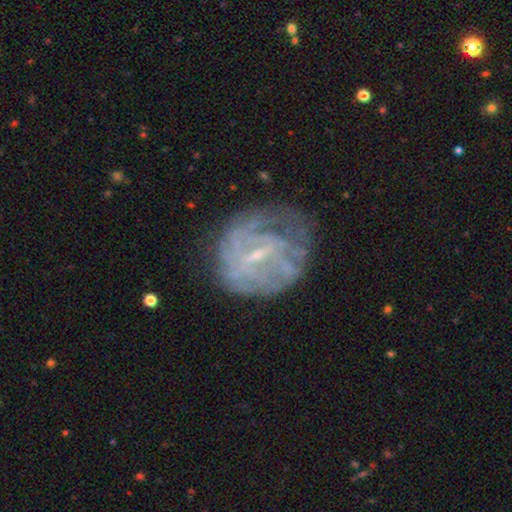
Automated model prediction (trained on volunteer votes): Smooth or featured?
  - featured or disk: 72% *
  - smooth: 18%
  - star or artifact: 11%
Edge-on disk?
  - no: 97% *
  - yes: 3%
Bar?
  - weak: 56% *
  - no: 25%
  - strong: 19%
Spiral arms?
  - yes: 64% *
  - no: 36%
Bulge size?
  - small: 67% *
  - moderate: 16%
  - none: 15%
  - large: 1%
  - dominant: 1%
Merging?
  - none: 57% *
  - minor disturbance: 22%
  - major disturbance: 18%
  - merger: 2%